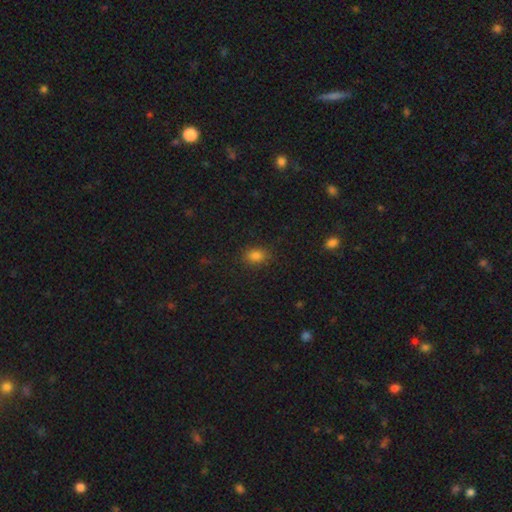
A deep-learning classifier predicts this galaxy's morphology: smooth-or-featured: smooth: 82% | star or artifact: 14% | featured or disk: 5%
  how-rounded: in between: 71% | round: 27% | cigar-shaped: 2%
  merging: none: 83% | minor disturbance: 13% | major disturbance: 4% | merger: 1%